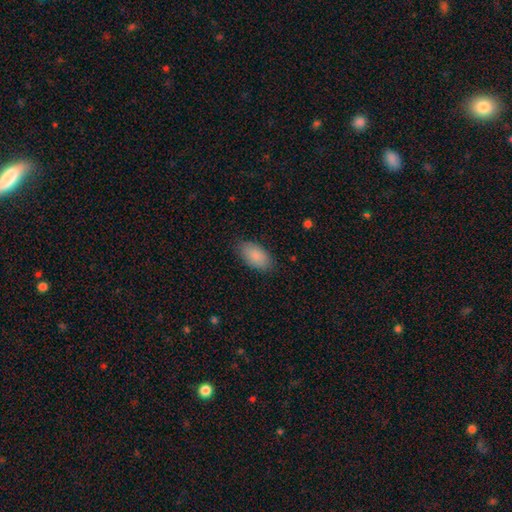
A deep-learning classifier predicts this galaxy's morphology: smooth_or_featured: smooth (p=0.87) [alt: featured or disk p=0.07]
how_rounded: in between (p=0.94) [alt: round p=0.03]
merging: none (p=0.82) [alt: minor disturbance p=0.14]